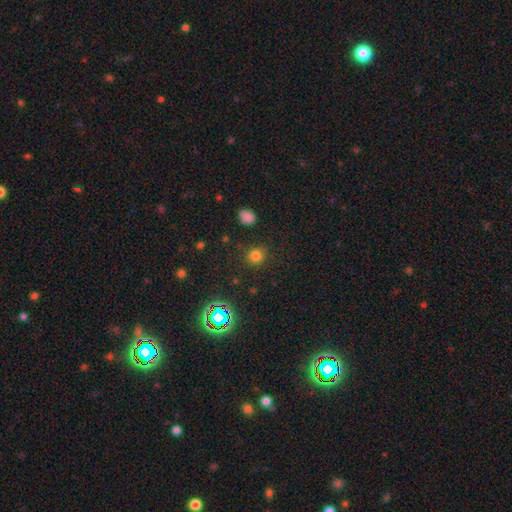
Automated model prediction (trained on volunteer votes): This appears to be a smooth galaxy with no disk features (74%) that is round (89%). Merging: none (84%).